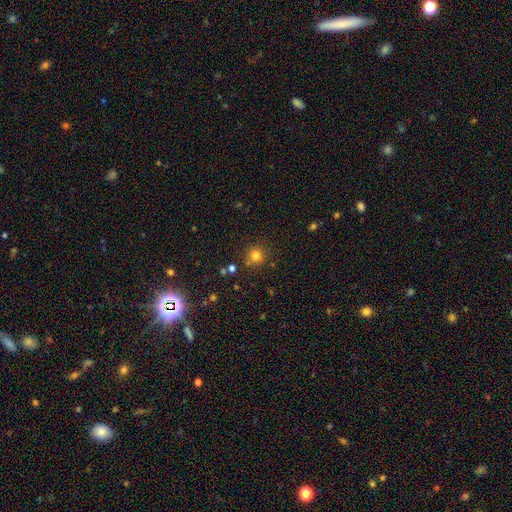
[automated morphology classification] This appears to be a smooth galaxy with no disk features (77%) that is round (92%). Merging: none (80%).